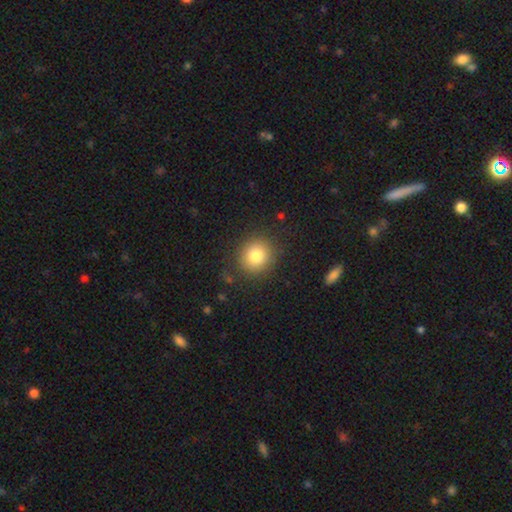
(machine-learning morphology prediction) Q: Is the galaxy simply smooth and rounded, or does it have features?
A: smooth — 82%.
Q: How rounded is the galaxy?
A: round — 88%.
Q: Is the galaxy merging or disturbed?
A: none — 86%.